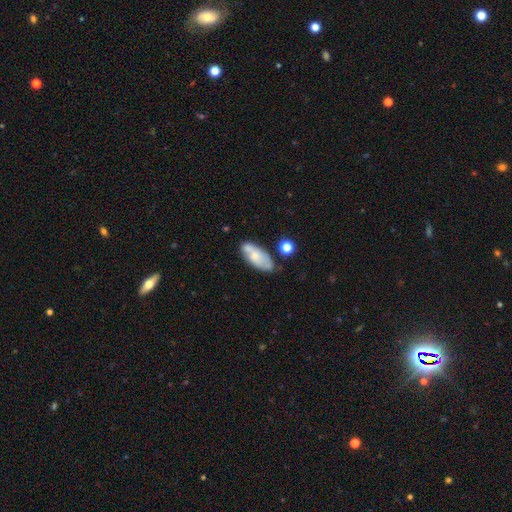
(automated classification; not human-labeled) This is possibly a smooth galaxy (58%). How rounded: clearly in between (85%). Merging: possibly none (53%).